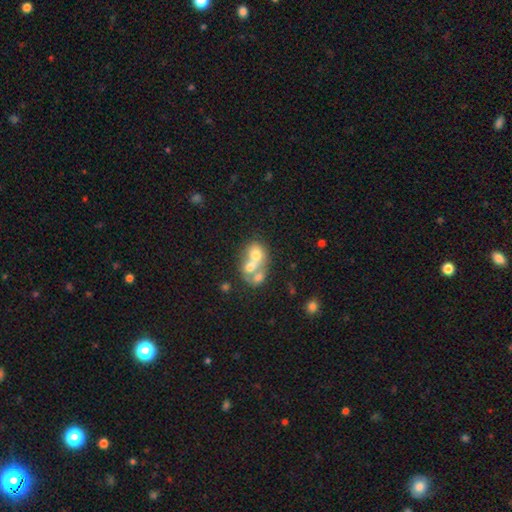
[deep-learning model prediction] Q: Smooth or featured?
A: smooth (57%); runner-up: featured or disk (32%)
Q: How rounded?
A: in between (55%); runner-up: round (44%)
Q: Merging?
A: merger (71%); runner-up: none (17%)